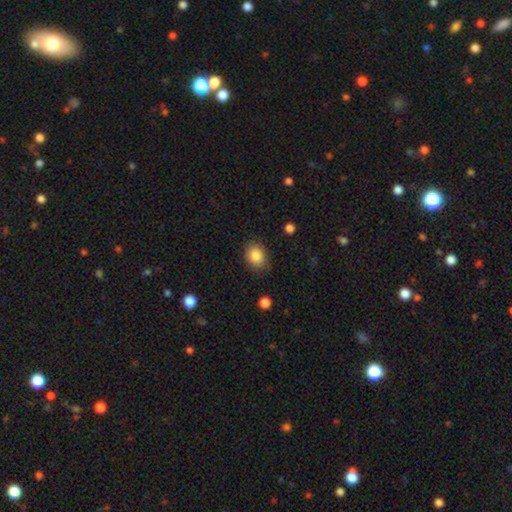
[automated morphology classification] The model was most divided on "how rounded": in between: 54%, round: 45%, cigar-shaped: 1%. More confident: smooth or featured — smooth (86%); merging — none (82%).